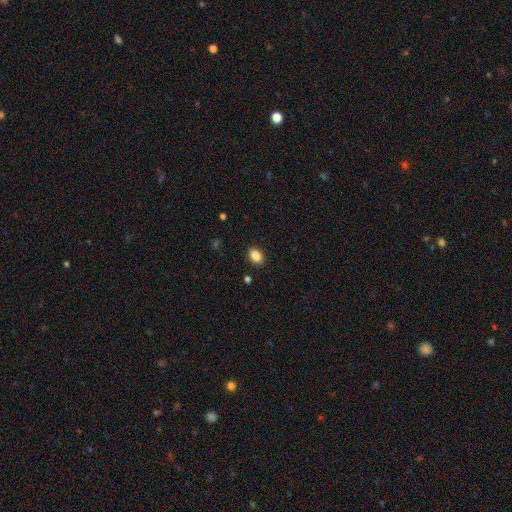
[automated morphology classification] A smooth galaxy with no disk features (87%) that is in between round and cigar-shaped (82%). Merging: none (89%).